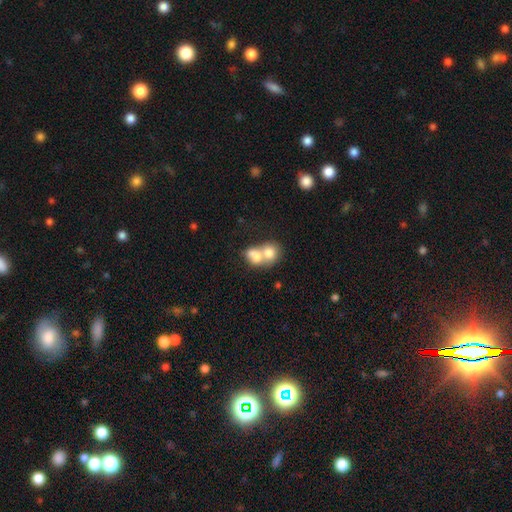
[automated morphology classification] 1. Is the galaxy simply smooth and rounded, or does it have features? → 72% smooth, 20% featured or disk, 8% star or artifact.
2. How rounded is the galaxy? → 52% round, 47% in between, 1% cigar-shaped.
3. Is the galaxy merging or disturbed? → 75% merger, 16% none, 5% minor disturbance, 4% major disturbance.